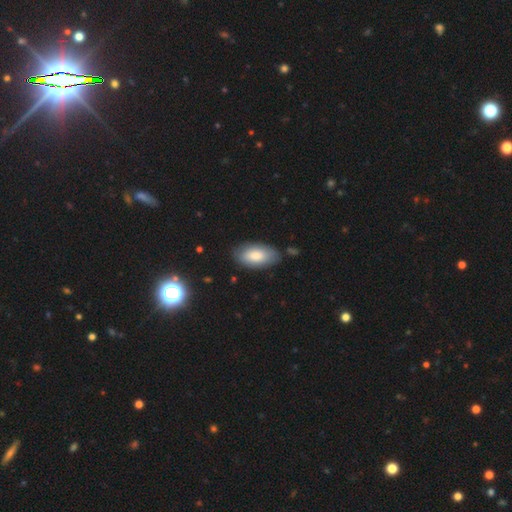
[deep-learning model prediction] Smooth or featured? Predicted: smooth (p=0.82). How rounded? Predicted: in between (p=0.94). Merging? Predicted: none (p=0.81).